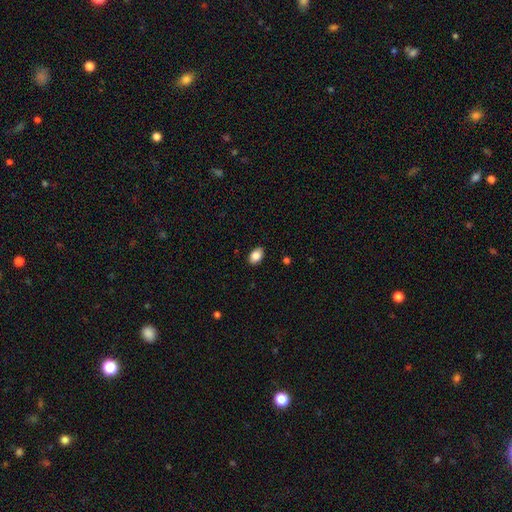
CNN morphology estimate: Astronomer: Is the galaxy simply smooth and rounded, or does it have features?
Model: smooth — 87%.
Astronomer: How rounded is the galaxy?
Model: in between — 88%.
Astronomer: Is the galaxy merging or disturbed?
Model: none — 87%.